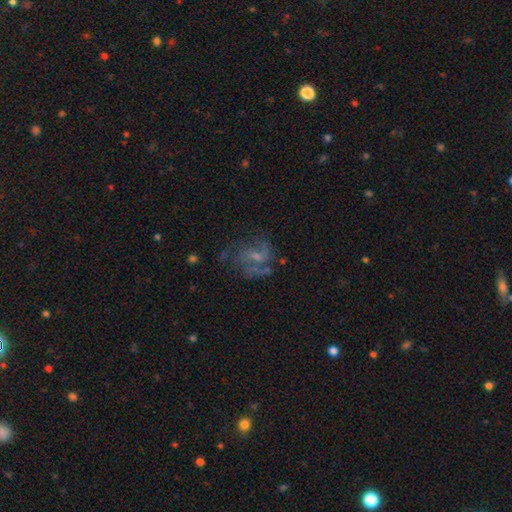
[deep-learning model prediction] smooth_or_featured: featured or disk (p=0.74) [alt: smooth p=0.13]
disk_edge_on: no (p=0.98) [alt: yes p=0.02]
bar: weak (p=0.49) [alt: no p=0.41]
has_spiral_arms: yes (p=0.88) [alt: no p=0.12]
spiral_winding: medium (p=0.49) [alt: loose p=0.31]
spiral_arm_count: 2 (p=0.48) [alt: can't tell p=0.20]
bulge_size: small (p=0.54) [alt: moderate p=0.26]
merging: none (p=0.58) [alt: major disturbance p=0.20]